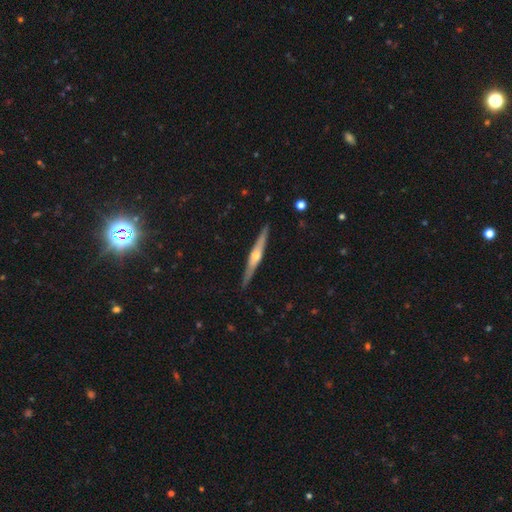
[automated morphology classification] Smooth or featured?
  - featured or disk: 75% *
  - smooth: 20%
  - star or artifact: 5%
Edge-on disk?
  - yes: 98% *
  - no: 2%
Edge-on bulge?
  - rounded: 87% *
  - none: 7%
  - boxy: 5%
Merging?
  - none: 90% *
  - minor disturbance: 7%
  - major disturbance: 1%
  - merger: 1%